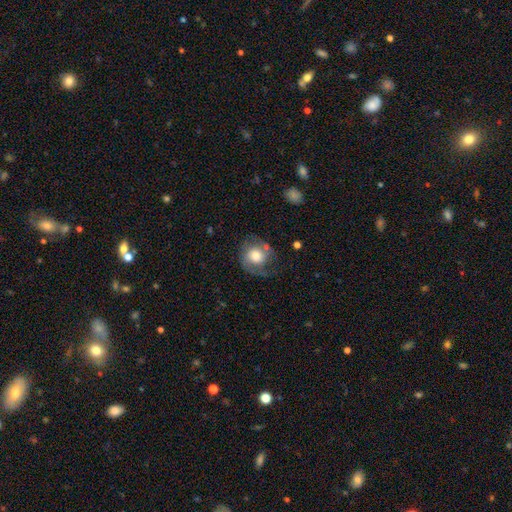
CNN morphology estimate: This is possibly a featured or disk galaxy (55%). It is clearly not viewed edge-on (97%). Bar: likely no (71%). Spiral arm pattern: clearly yes (86%). Central bulge: marginally large (44%). Merging: possibly none (56%).